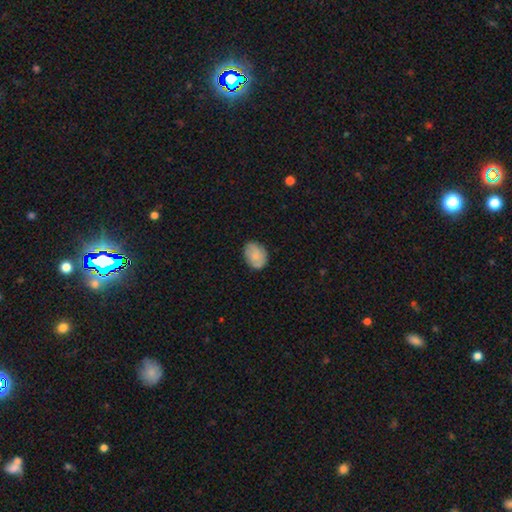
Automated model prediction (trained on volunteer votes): smooth_or_featured: smooth (p=0.72) [alt: featured or disk p=0.20]
how_rounded: in between (p=0.68) [alt: round p=0.30]
merging: none (p=0.81) [alt: minor disturbance p=0.15]